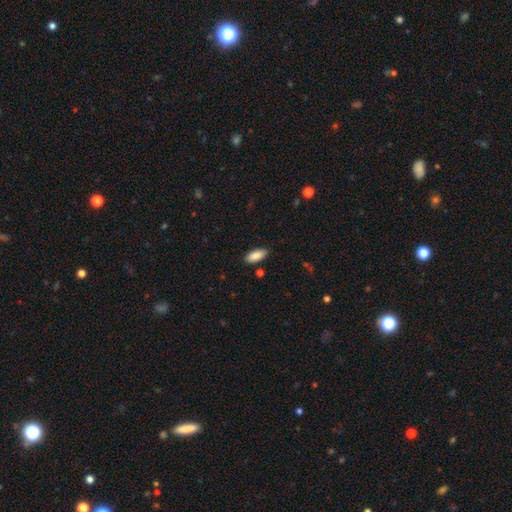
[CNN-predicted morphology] A smooth galaxy with no disk features (89%) that is in between round and cigar-shaped (86%).

Vote fractions:
- Smooth or featured? smooth: 89% / star or artifact: 6% / featured or disk: 5%
- How rounded? in between: 86% / cigar-shaped: 12% / round: 2%
- Merging? none: 86% / minor disturbance: 10% / major disturbance: 2% / merger: 2%